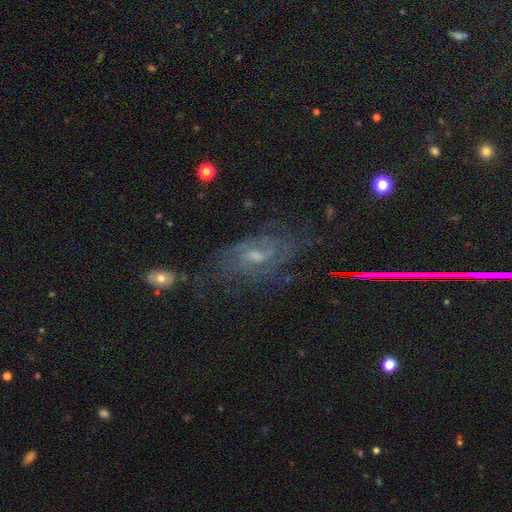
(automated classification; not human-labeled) smooth_or_featured: featured or disk (p=0.77) [alt: star or artifact p=0.12]
disk_edge_on: no (p=0.94) [alt: yes p=0.06]
bar: weak (p=0.52) [alt: no p=0.37]
has_spiral_arms: yes (p=0.91) [alt: no p=0.09]
spiral_winding: medium (p=0.45) [alt: tight p=0.36]
spiral_arm_count: 2 (p=0.41) [alt: can't tell p=0.34]
bulge_size: small (p=0.45) [alt: moderate p=0.42]
merging: none (p=0.65) [alt: minor disturbance p=0.19]